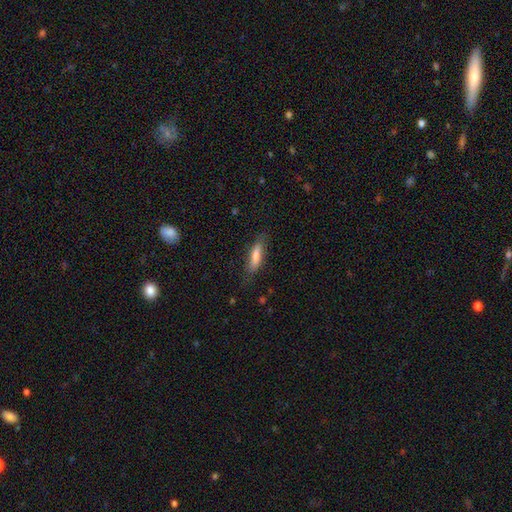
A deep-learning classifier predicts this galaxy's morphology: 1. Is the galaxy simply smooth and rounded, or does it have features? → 68% smooth, 24% featured or disk, 7% star or artifact.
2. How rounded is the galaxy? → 69% cigar-shaped, 30% in between, 2% round.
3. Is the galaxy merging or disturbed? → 76% none, 18% minor disturbance, 5% major disturbance, 1% merger.